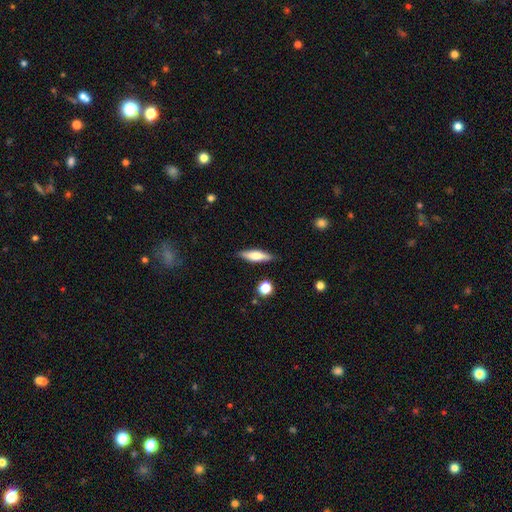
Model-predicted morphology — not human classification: type=smooth (59%); roundness=cigar-shaped (63%); merging=none (85%).